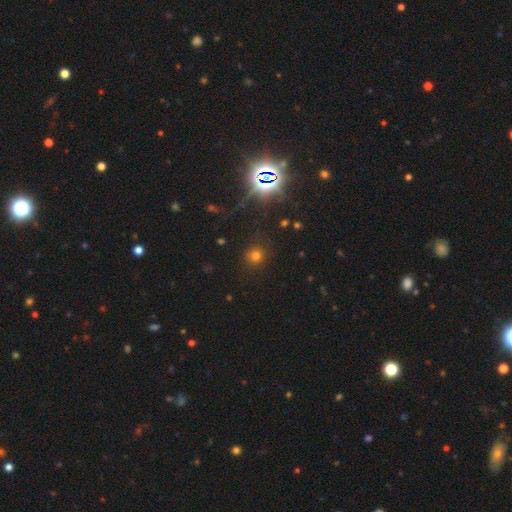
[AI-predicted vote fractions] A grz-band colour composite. It shows a smooth galaxy with no disk features (68%) that is round (92%). Merging: none (86%).